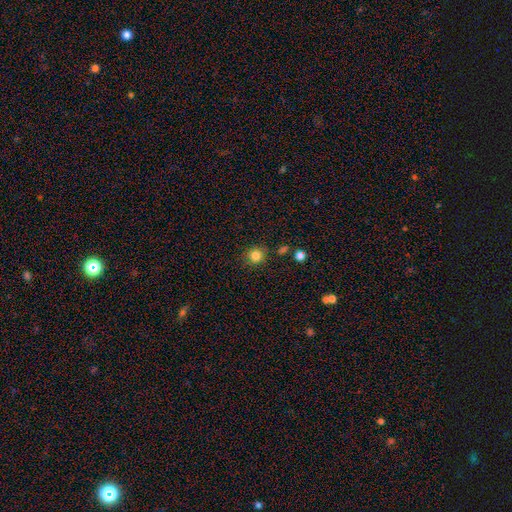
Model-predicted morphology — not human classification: This is clearly a smooth galaxy (83%). How rounded: clearly round (88%). Merging: clearly none (84%).